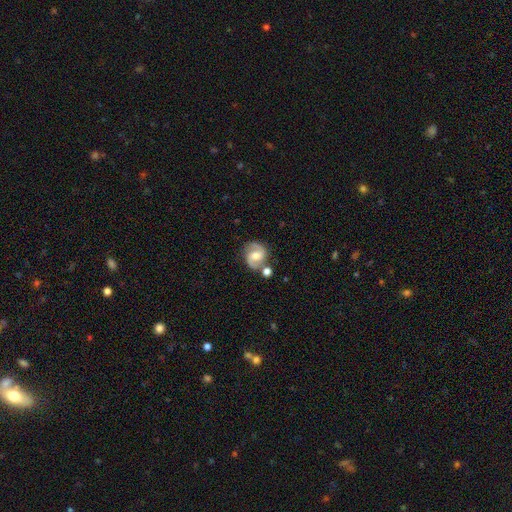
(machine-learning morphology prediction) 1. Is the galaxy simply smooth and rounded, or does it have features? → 81% featured or disk, 13% smooth, 6% star or artifact.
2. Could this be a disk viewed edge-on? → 98% no, 2% yes.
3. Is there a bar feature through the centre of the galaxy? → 46% weak, 37% no, 17% strong.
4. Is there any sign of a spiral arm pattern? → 95% yes, 5% no.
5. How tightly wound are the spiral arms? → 57% medium, 23% loose, 21% tight.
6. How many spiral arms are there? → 92% 2, 3% can't tell, 2% 1, 1% 3, 1% 4, 1% more than 4.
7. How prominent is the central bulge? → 64% moderate, 26% small, 6% large, 3% none, 1% dominant.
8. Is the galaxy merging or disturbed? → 71% none, 13% minor disturbance, 11% merger, 4% major disturbance.